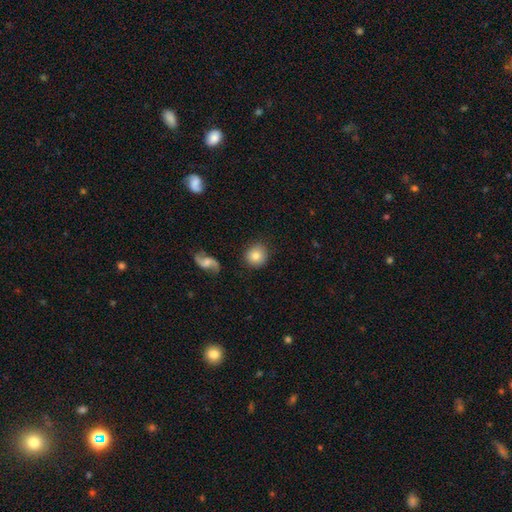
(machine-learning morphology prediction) Smooth or featured?
  - smooth: 79% *
  - featured or disk: 14%
  - star or artifact: 8%
How rounded?
  - round: 89% *
  - in between: 10%
  - cigar-shaped: 1%
Merging?
  - none: 84% *
  - minor disturbance: 10%
  - merger: 3%
  - major disturbance: 3%